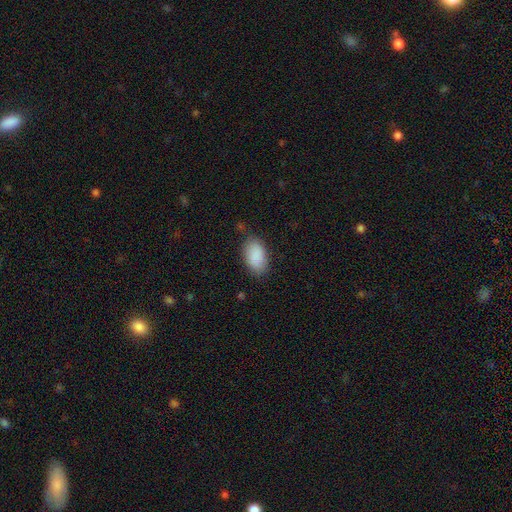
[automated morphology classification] type=smooth (89%); roundness=in between (93%); merging=none (81%).